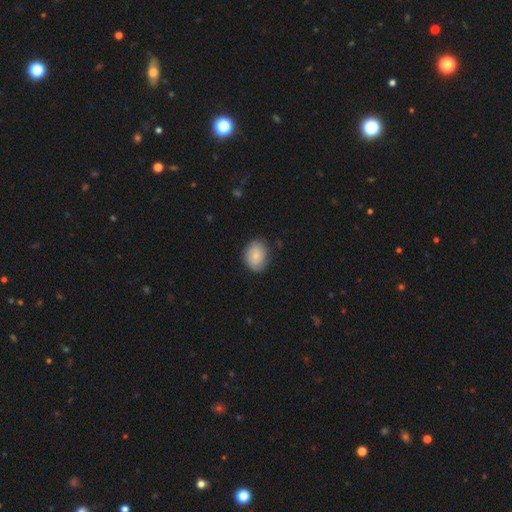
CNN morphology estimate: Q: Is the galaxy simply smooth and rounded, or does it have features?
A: smooth — 75%.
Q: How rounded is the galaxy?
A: in between — 55%.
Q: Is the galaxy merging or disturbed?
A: none — 75%.